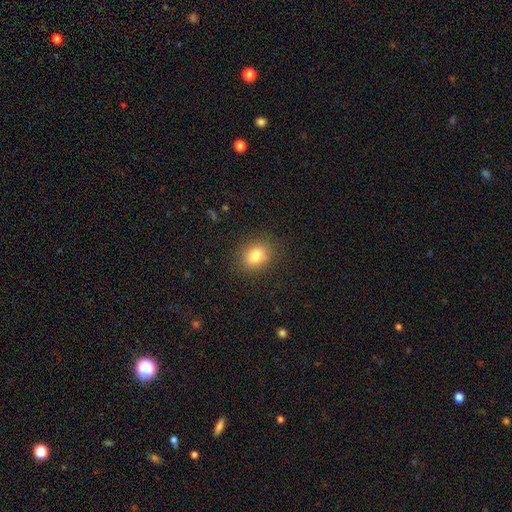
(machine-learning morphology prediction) smooth 81%, star or artifact 11%, featured or disk 8%. Down the decision tree: how rounded — round (51%); merging — none (86%).